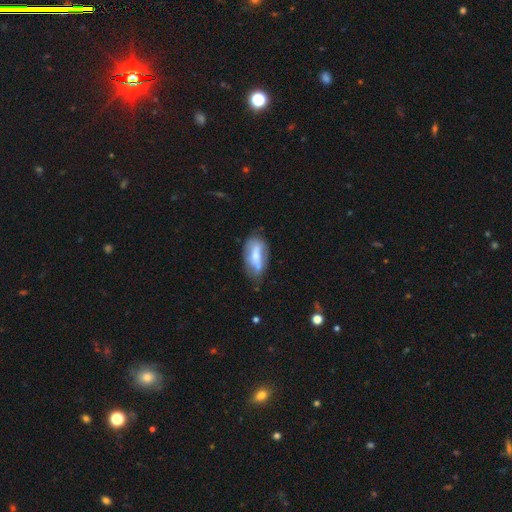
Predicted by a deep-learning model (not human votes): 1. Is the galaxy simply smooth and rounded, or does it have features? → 57% smooth, 36% featured or disk, 7% star or artifact.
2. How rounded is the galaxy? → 84% in between, 12% cigar-shaped, 3% round.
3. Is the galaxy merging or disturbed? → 56% none, 29% minor disturbance, 10% major disturbance, 4% merger.